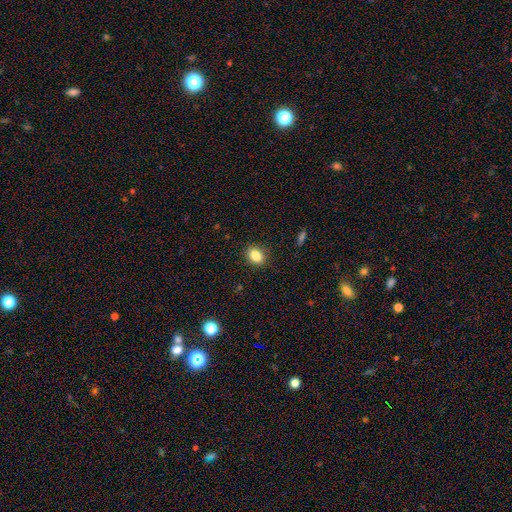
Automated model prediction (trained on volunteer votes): smooth_or_featured: smooth (p=0.85) [alt: star or artifact p=0.10]
how_rounded: in between (p=0.66) [alt: round p=0.32]
merging: none (p=0.87) [alt: minor disturbance p=0.10]